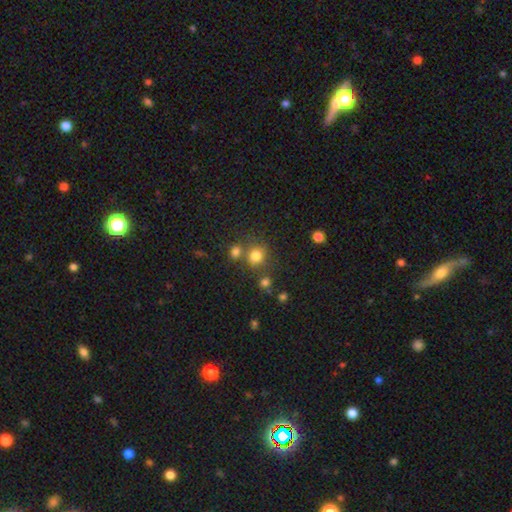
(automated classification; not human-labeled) Smooth or featured? Predicted: smooth (p=0.76). How rounded? Predicted: round (p=0.82). Merging? Predicted: none (p=0.60).